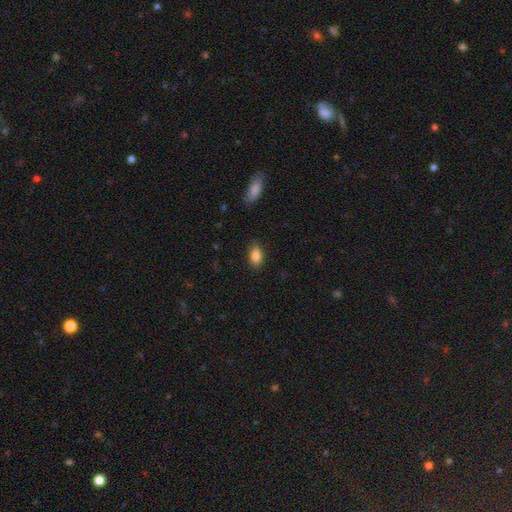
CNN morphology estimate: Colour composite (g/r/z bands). It shows a smooth galaxy with no disk features (86%) that is in between round and cigar-shaped (89%). Merging: none (85%).